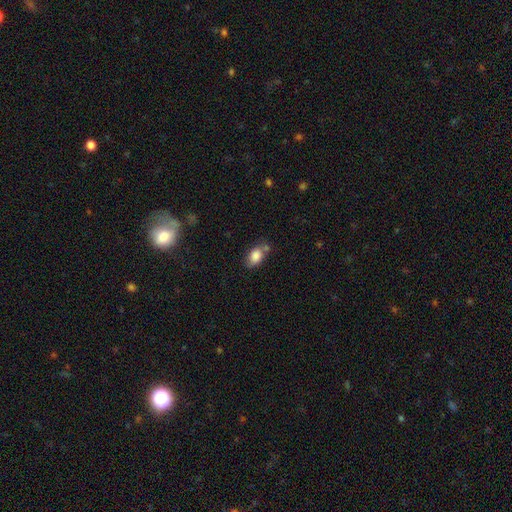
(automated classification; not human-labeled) smooth 84%, featured or disk 8%, star or artifact 8%. Down the decision tree: how rounded — in between (85%); merging — none (59%).